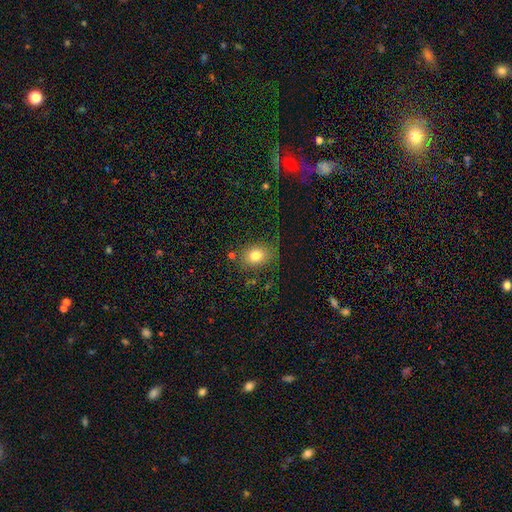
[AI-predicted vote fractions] A smooth galaxy with no disk features (78%) that is in between round and cigar-shaped (55%).

Vote fractions:
- Smooth or featured? smooth: 78% / star or artifact: 11% / featured or disk: 10%
- How rounded? in between: 55% / round: 44% / cigar-shaped: 1%
- Merging? none: 74% / minor disturbance: 16% / major disturbance: 7% / merger: 3%